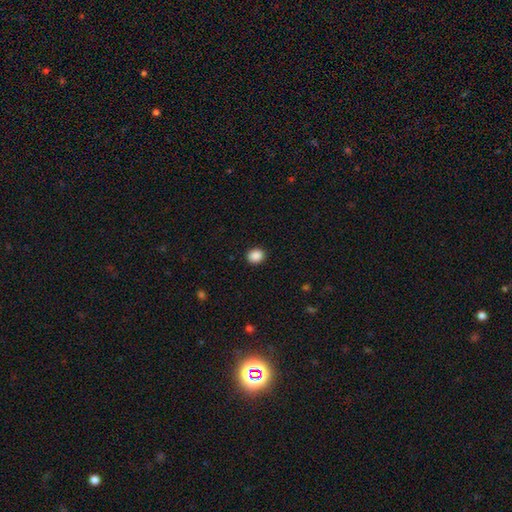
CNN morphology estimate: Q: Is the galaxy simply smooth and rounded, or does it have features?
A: smooth — 88%.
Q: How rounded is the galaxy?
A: round — 75%.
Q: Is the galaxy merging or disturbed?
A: none — 91%.